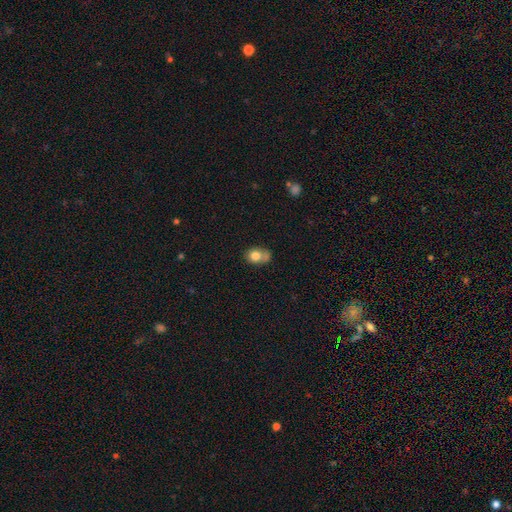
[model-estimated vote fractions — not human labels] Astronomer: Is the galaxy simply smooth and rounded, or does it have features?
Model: smooth — 78%.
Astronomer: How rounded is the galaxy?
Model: round — 51% (runner-up: in between, 48%).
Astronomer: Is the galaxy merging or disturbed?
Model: none — 42% (runner-up: merger, 24%).